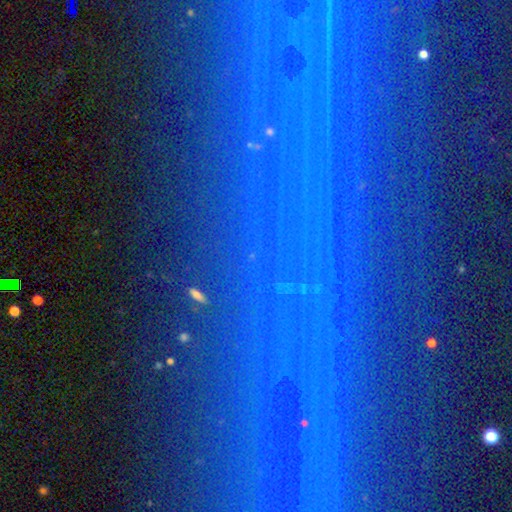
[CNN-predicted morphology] This is likely a star or artifact rather than a galaxy (73%).